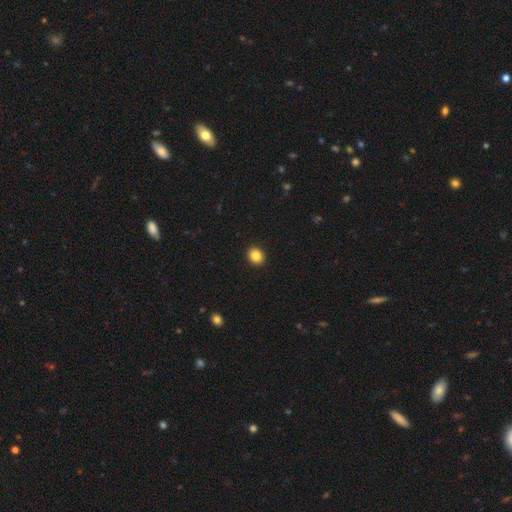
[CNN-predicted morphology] A smooth galaxy with no disk features (85%) that is round (67%).

Vote fractions:
- Smooth or featured? smooth: 85% / star or artifact: 10% / featured or disk: 5%
- How rounded? round: 67% / in between: 32% / cigar-shaped: 1%
- Merging? none: 93% / minor disturbance: 5% / major disturbance: 2% / merger: 1%